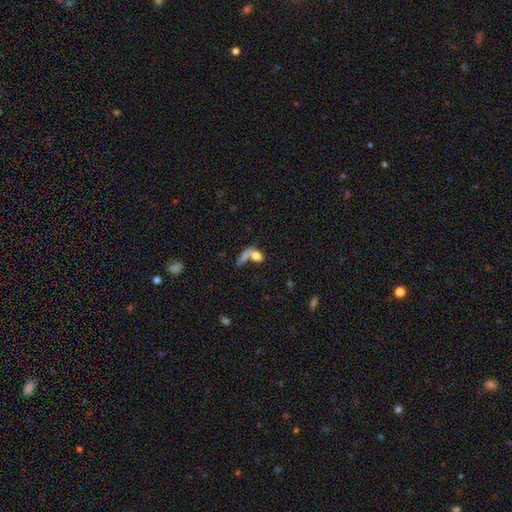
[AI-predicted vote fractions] Q: Smooth or featured?
A: smooth (71%); runner-up: featured or disk (17%)
Q: How rounded?
A: in between (59%); runner-up: round (29%)
Q: Merging?
A: merger (46%); runner-up: none (29%)